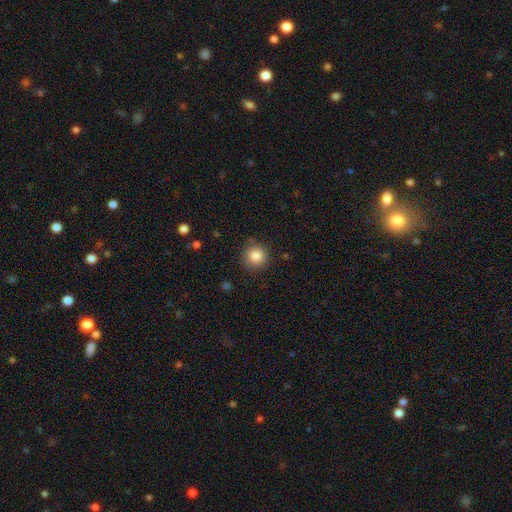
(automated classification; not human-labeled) Smooth or featured? Predicted: smooth (p=0.85). How rounded? Predicted: round (p=0.94). Merging? Predicted: none (p=0.85).